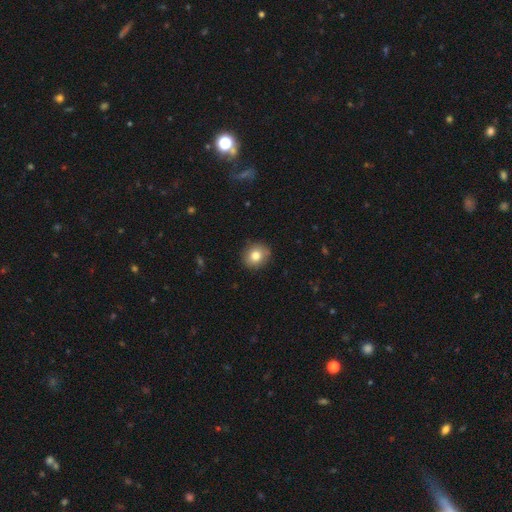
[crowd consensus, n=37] smooth 86%, star or artifact 8%, featured or disk 5%. Down the decision tree: how rounded — round (84%); merging — none (85%).